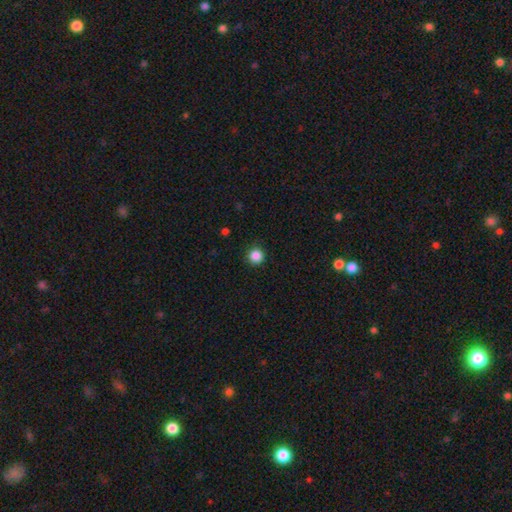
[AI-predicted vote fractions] A smooth galaxy with no disk features (86%) that is round (95%).

Vote fractions:
- Smooth or featured? smooth: 86% / star or artifact: 11% / featured or disk: 3%
- How rounded? round: 95% / in between: 4% / cigar-shaped: 1%
- Merging? none: 90% / minor disturbance: 7% / major disturbance: 2% / merger: 1%